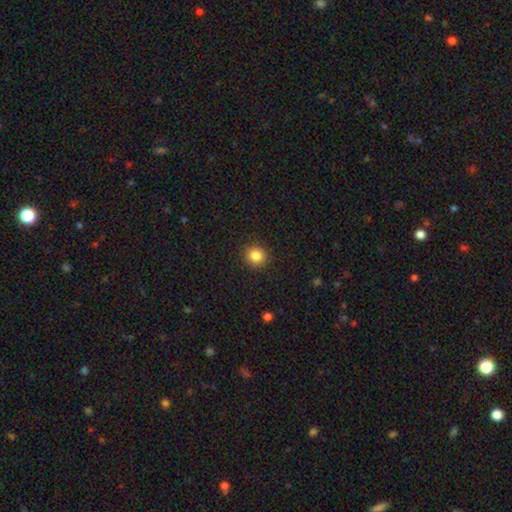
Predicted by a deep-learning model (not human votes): This is clearly a smooth galaxy (85%). How rounded: clearly round (90%). Merging: clearly none (91%).